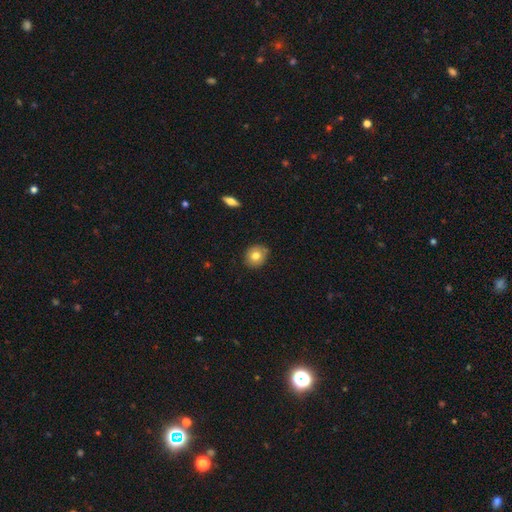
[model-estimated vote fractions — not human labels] smooth-or-featured: smooth: 78% | featured or disk: 13% | star or artifact: 9%
  how-rounded: round: 77% | in between: 22% | cigar-shaped: 1%
  merging: none: 81% | minor disturbance: 15% | major disturbance: 2% | merger: 2%